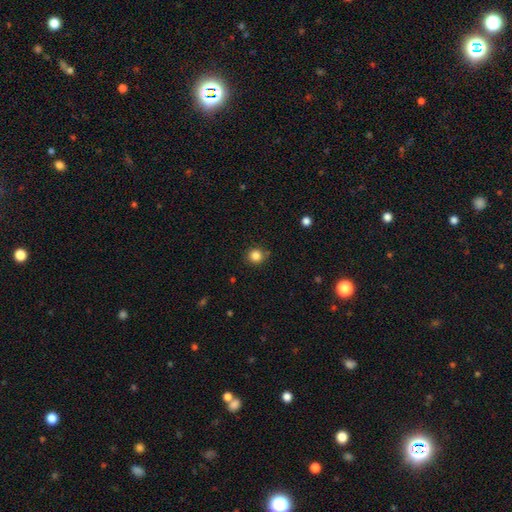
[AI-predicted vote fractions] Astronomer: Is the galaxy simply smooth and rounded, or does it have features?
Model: smooth — 84%.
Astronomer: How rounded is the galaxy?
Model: round — 91%.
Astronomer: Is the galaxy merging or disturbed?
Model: none — 85%.